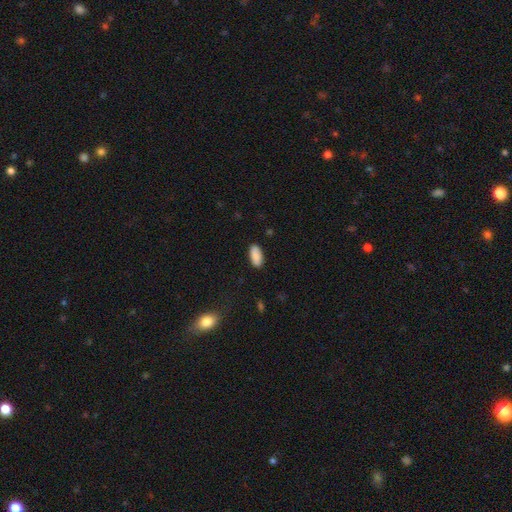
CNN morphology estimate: smooth_or_featured: smooth (p=0.89) [alt: star or artifact p=0.06]
how_rounded: in between (p=0.90) [alt: cigar-shaped p=0.08]
merging: none (p=0.87) [alt: minor disturbance p=0.10]